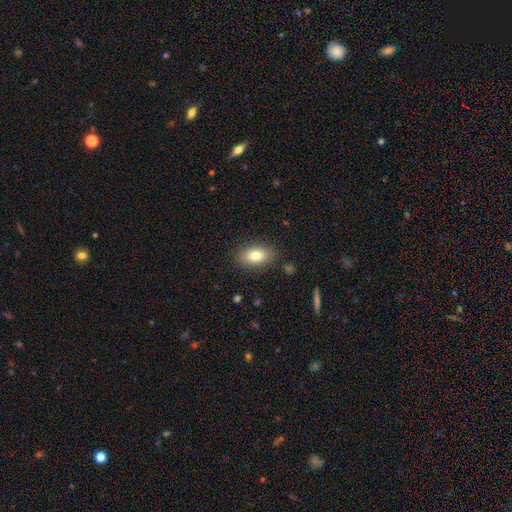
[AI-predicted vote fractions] A smooth galaxy with no disk features (80%) that is in between round and cigar-shaped (88%).

Vote fractions:
- Smooth or featured? smooth: 80% / featured or disk: 12% / star or artifact: 8%
- How rounded? in between: 88% / round: 9% / cigar-shaped: 3%
- Merging? none: 85% / minor disturbance: 10% / major disturbance: 3% / merger: 1%